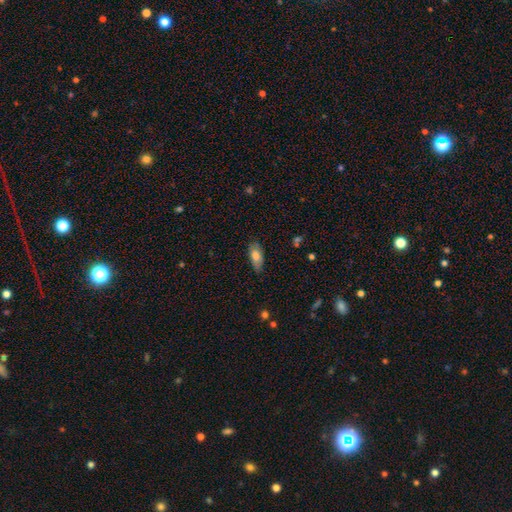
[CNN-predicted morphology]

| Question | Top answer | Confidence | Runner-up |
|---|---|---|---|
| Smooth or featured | smooth | 78% | featured or disk (16%) |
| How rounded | in between | 84% | cigar-shaped (13%) |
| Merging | none | 78% | minor disturbance (18%) |